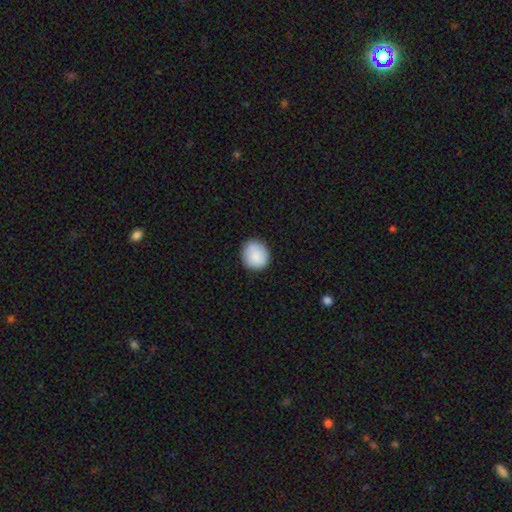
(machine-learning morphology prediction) This appears to be a smooth galaxy with no disk features (88%) that is round (83%). Merging: none (86%).